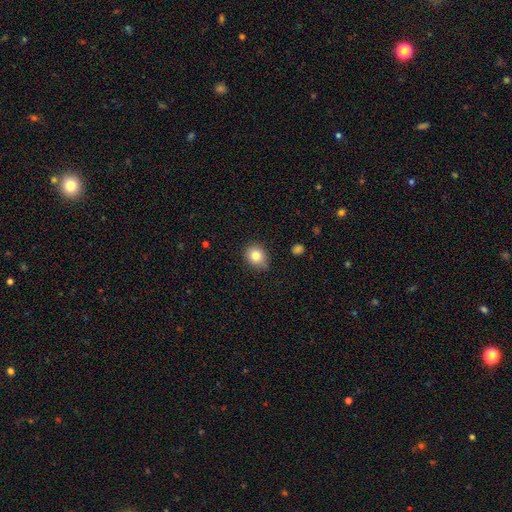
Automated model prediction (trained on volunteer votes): Morphology: type=smooth (82%); roundness=round (67%); merging=none (82%).